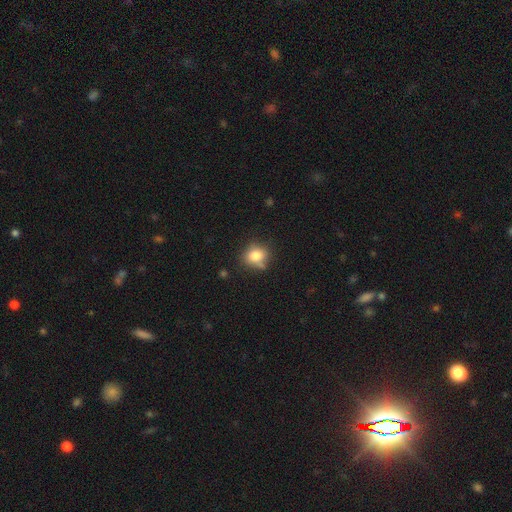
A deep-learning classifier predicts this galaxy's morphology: Q: Smooth or featured?
A: smooth (80%); runner-up: star or artifact (11%)
Q: How rounded?
A: round (65%); runner-up: in between (34%)
Q: Merging?
A: none (62%); runner-up: minor disturbance (22%)